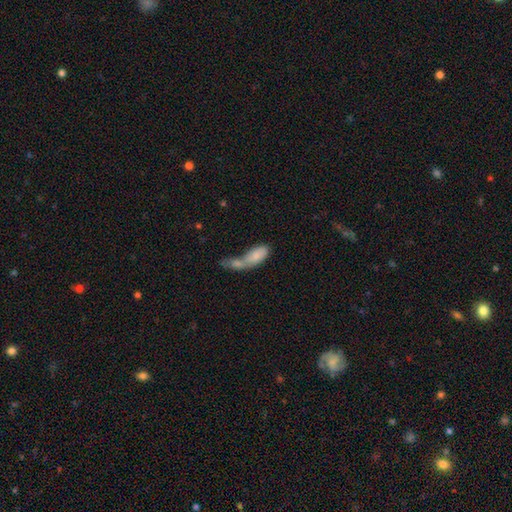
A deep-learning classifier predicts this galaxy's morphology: A smooth galaxy with no disk features (78%) that is in between round and cigar-shaped (83%). Merging: merger (70%).